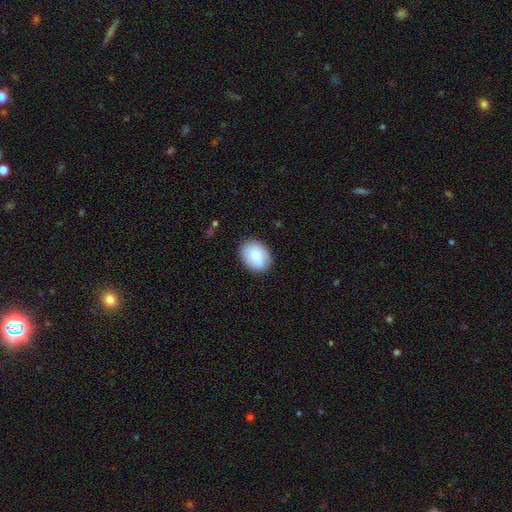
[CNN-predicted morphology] Smooth or featured: smooth — 85% (featured or disk — 9%)
How rounded: in between — 66% (round — 34%)
Merging: none — 87% (minor disturbance — 10%)